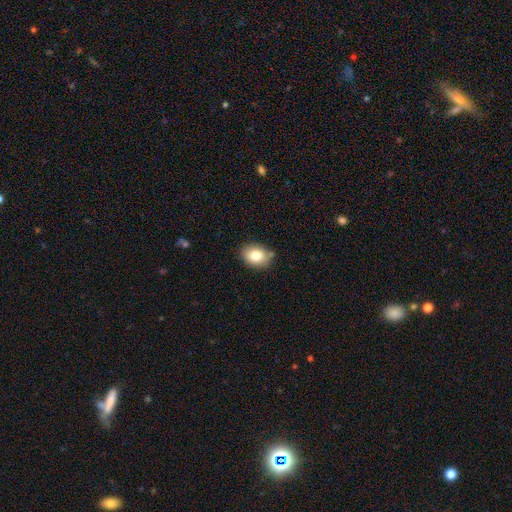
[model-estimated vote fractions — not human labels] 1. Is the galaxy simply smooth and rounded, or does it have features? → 81% smooth, 10% featured or disk, 9% star or artifact.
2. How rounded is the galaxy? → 64% in between, 35% round, 1% cigar-shaped.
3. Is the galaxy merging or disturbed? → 80% none, 14% minor disturbance, 3% merger, 3% major disturbance.